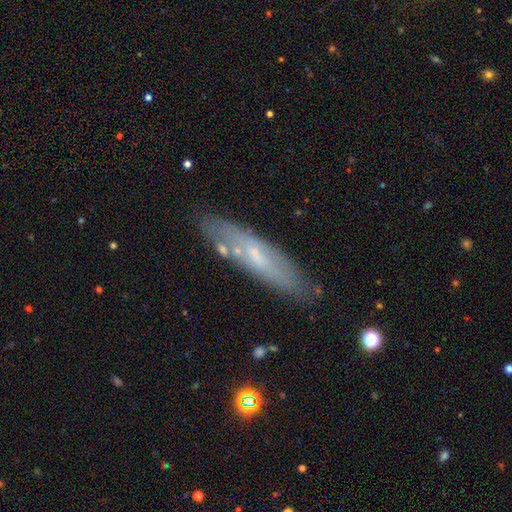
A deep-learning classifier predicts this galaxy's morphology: A featured or disk galaxy (52%) viewed edge-on (51%).

Vote fractions:
- Smooth or featured? featured or disk: 52% / smooth: 40% / star or artifact: 8%
- Edge-on disk? yes: 51% / no: 49%
- Merging? none: 81% / minor disturbance: 13% / merger: 3% / major disturbance: 3%